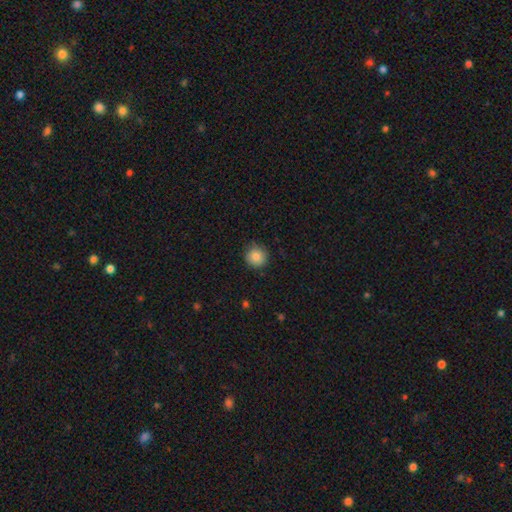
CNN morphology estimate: Q: Smooth or featured?
A: smooth (85%); runner-up: star or artifact (10%)
Q: How rounded?
A: round (93%); runner-up: in between (6%)
Q: Merging?
A: none (86%); runner-up: minor disturbance (11%)